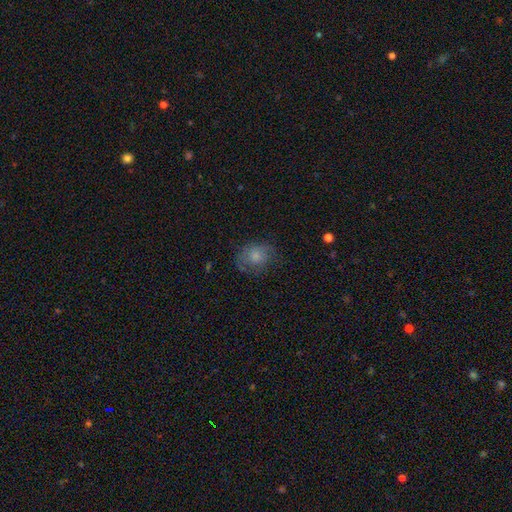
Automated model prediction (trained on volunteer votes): smooth 68%, featured or disk 23%, star or artifact 10%. Down the decision tree: how rounded — round (62%); merging — none (60%).